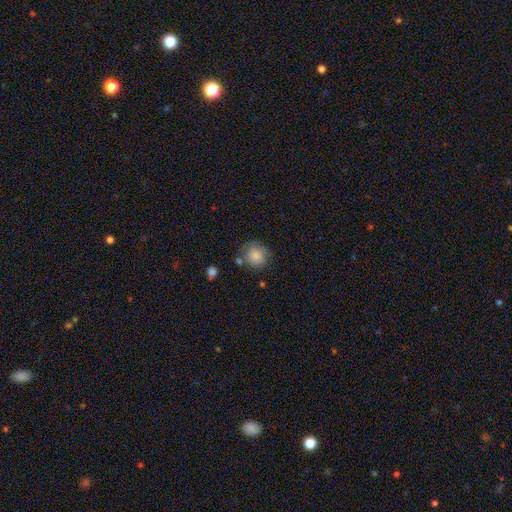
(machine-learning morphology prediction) The model was most divided on "merging": none: 69%, minor disturbance: 20%, merger: 6%, major disturbance: 6%. More confident: how rounded — round (87%); smooth or featured — smooth (81%).